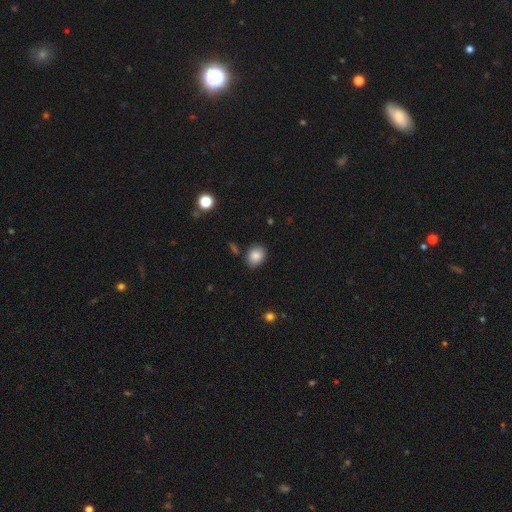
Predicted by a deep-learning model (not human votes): Overall: smooth (85%). How rounded: in between (56%; round 43%). Merging: none (82%).